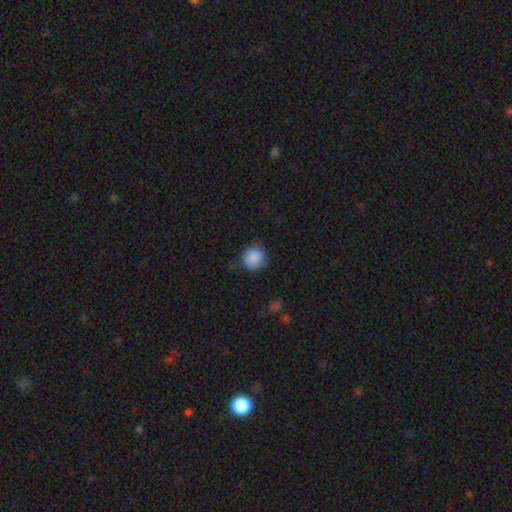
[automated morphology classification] Smooth or featured? smooth (88%)
How rounded? round (88%)
Merging? none (78%)